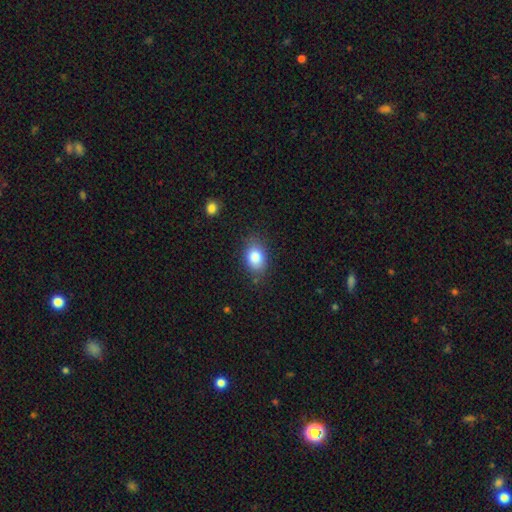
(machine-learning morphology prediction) type=smooth (83%); roundness=in between (79%); merging=none (80%).